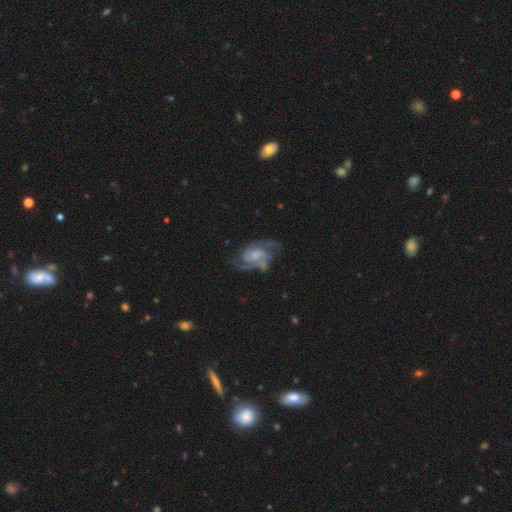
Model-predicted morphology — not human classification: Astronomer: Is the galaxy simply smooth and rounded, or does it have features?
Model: featured or disk — 81%.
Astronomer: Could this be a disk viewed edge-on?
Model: no — 98%.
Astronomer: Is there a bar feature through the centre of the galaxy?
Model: no — 58% (runner-up: weak, 36%).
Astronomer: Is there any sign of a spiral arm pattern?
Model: yes — 92%.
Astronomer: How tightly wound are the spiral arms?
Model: medium — 49% (runner-up: tight, 29%).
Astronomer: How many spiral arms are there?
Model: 2 — 53%.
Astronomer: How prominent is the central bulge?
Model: small — 41% (runner-up: moderate, 32%).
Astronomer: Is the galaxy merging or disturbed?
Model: none — 53%.